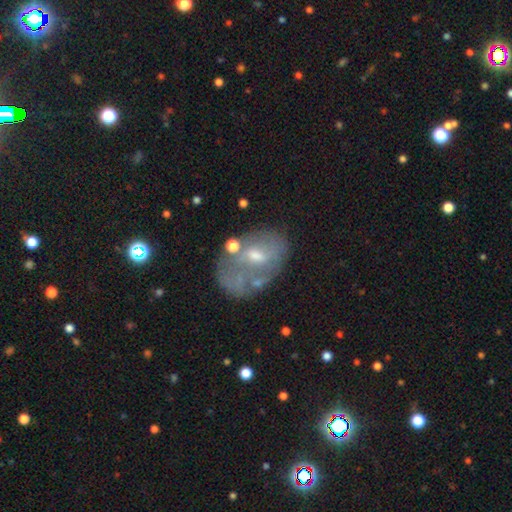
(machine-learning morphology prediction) Q: Smooth or featured?
A: featured or disk (56%); runner-up: smooth (34%)
Q: Edge-on disk?
A: no (96%); runner-up: yes (4%)
Q: Bar?
A: no (50%); runner-up: weak (41%)
Q: Spiral arms?
A: no (64%); runner-up: yes (36%)
Q: Bulge size?
A: small (47%); runner-up: moderate (41%)
Q: Merging?
A: none (46%); runner-up: minor disturbance (24%)